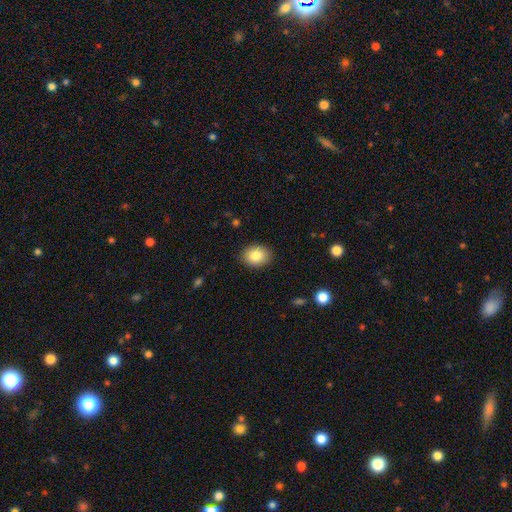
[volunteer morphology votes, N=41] This is clearly a smooth galaxy (88%). How rounded: clearly in between (81%). Merging: clearly none (97%).